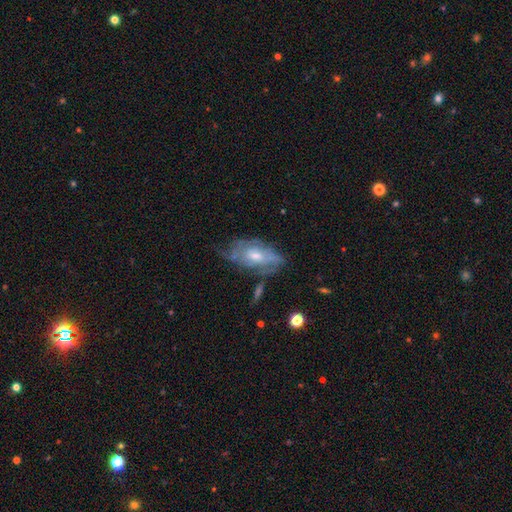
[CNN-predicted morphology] Q: Smooth or featured?
A: featured or disk (67%); runner-up: smooth (25%)
Q: Edge-on disk?
A: no (90%); runner-up: yes (10%)
Q: Bar?
A: no (70%); runner-up: weak (25%)
Q: Spiral arms?
A: yes (70%); runner-up: no (30%)
Q: Bulge size?
A: moderate (56%); runner-up: small (35%)
Q: Merging?
A: none (49%); runner-up: minor disturbance (29%)